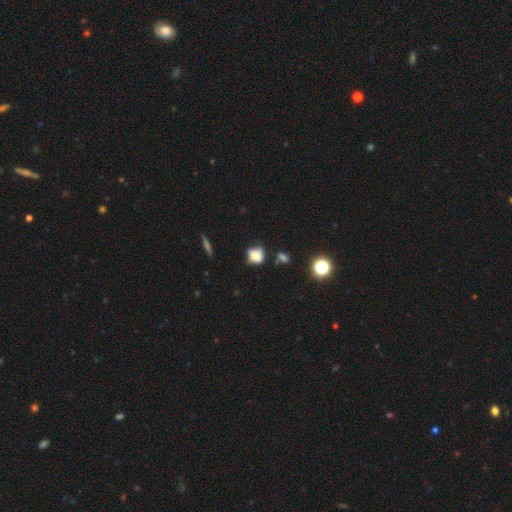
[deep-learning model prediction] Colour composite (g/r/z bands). It shows a smooth galaxy with no disk features (68%) that is round (59%). Merging: none (43%).